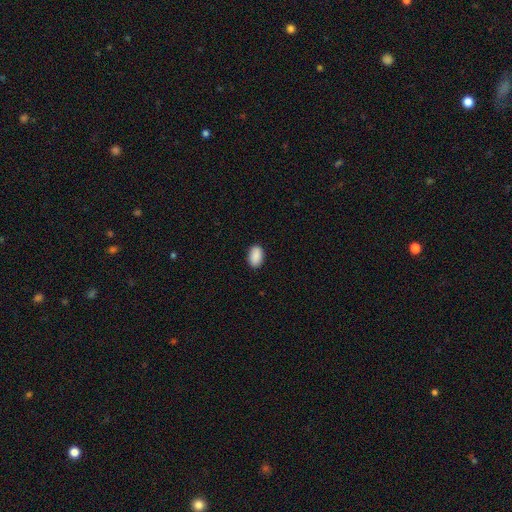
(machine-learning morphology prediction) smooth-or-featured: smooth: 90% | star or artifact: 7% | featured or disk: 3%
  how-rounded: in between: 92% | round: 7% | cigar-shaped: 2%
  merging: none: 88% | minor disturbance: 9% | major disturbance: 2% | merger: 1%